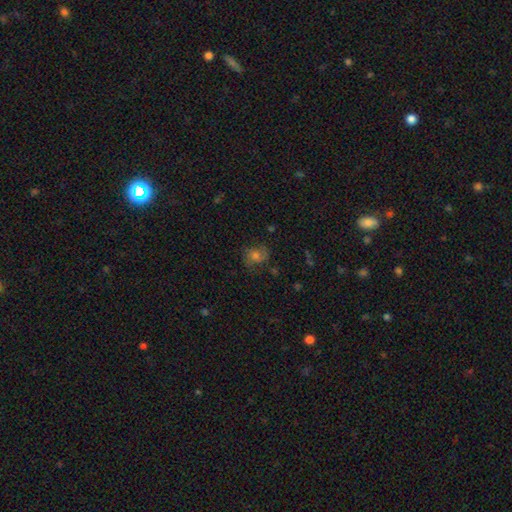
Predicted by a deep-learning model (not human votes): This appears to be a smooth galaxy with no disk features (56%) that is round (64%). Merging: none (67%).